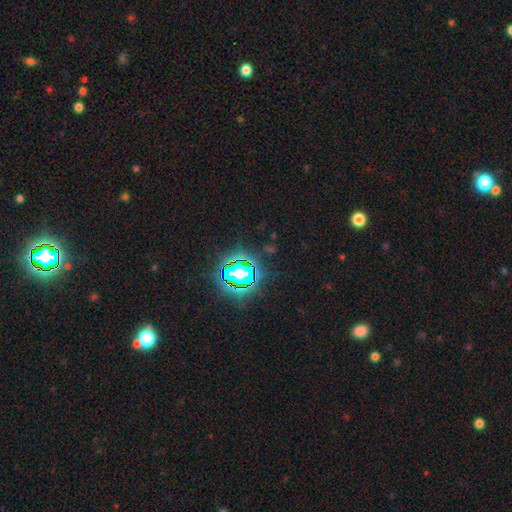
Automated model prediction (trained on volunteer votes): This is clearly a star or artifact rather than a galaxy (82%).